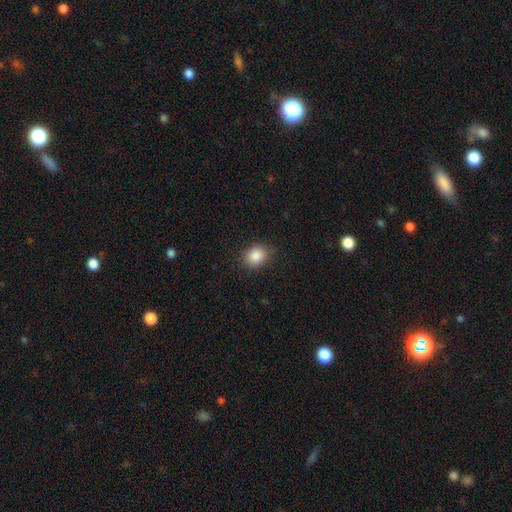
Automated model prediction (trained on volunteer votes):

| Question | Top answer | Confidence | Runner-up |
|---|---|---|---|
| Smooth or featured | smooth | 87% | star or artifact (9%) |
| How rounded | round | 52% | in between (47%) |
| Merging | none | 85% | minor disturbance (11%) |